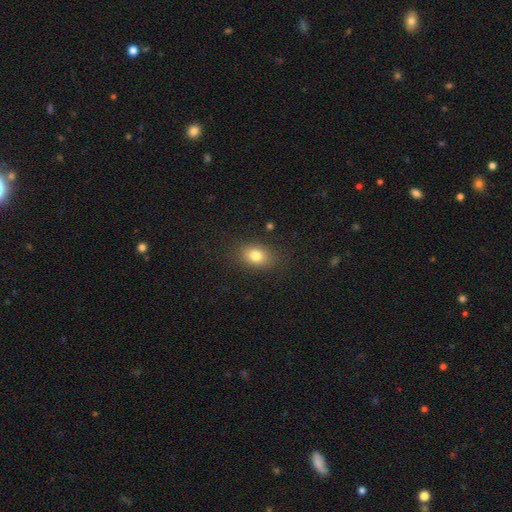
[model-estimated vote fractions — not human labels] Smooth or featured? Predicted: smooth (p=0.80). How rounded? Predicted: in between (p=0.75). Merging? Predicted: none (p=0.84).